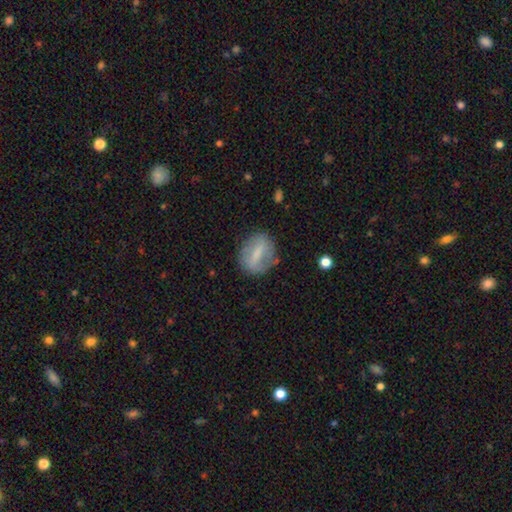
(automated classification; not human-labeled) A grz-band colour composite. It shows a smooth galaxy with no disk features (48%). Merging: none (72%).